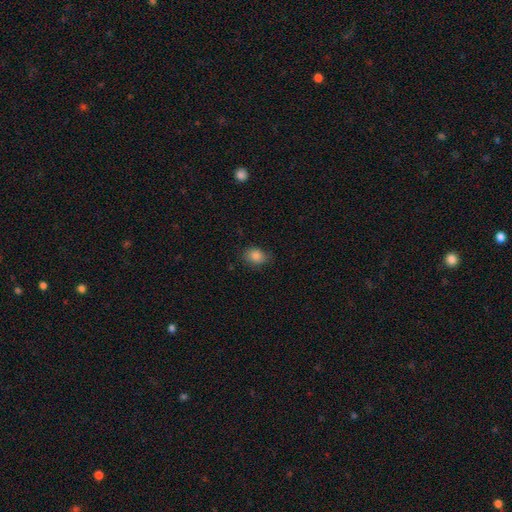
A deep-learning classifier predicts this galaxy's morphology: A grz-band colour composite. It shows a smooth galaxy with no disk features (85%) that is in between round and cigar-shaped (57%). Merging: none (76%).